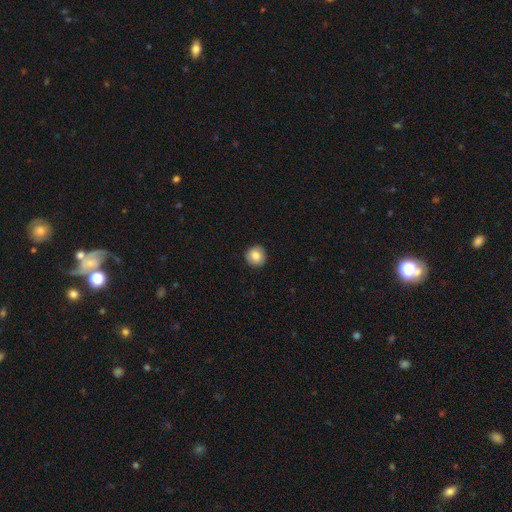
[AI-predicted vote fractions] The model was most divided on "smooth or featured": smooth: 82%, featured or disk: 9%, star or artifact: 8%. More confident: how rounded — round (92%); merging — none (90%).